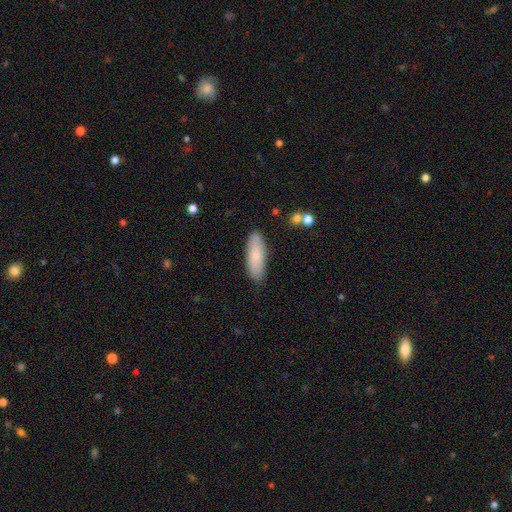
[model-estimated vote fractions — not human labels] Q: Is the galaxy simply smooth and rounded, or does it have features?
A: smooth — 80%.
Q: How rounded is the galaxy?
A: in between — 60%.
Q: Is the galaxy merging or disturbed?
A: none — 86%.